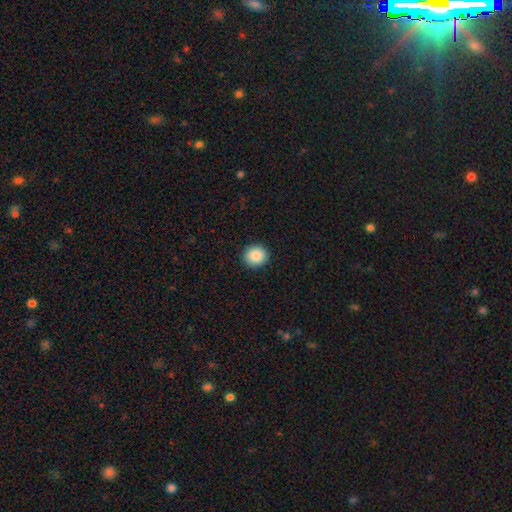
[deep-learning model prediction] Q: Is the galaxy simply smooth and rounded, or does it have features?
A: smooth — 89%.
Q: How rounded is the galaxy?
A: round — 91%.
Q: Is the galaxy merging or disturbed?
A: none — 92%.